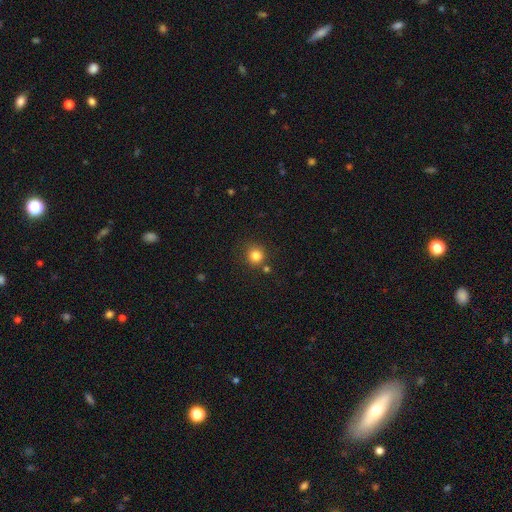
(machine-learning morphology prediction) A smooth galaxy with no disk features (82%) that is round (91%). Merging: none (80%).